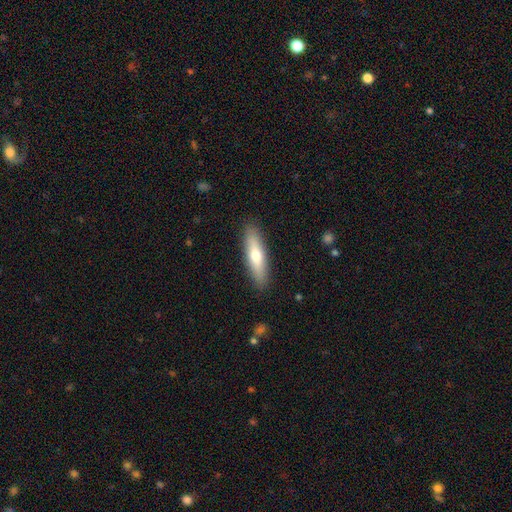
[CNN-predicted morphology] A smooth galaxy with no disk features (64%) that is cigar-shaped (68%). Merging: none (89%).